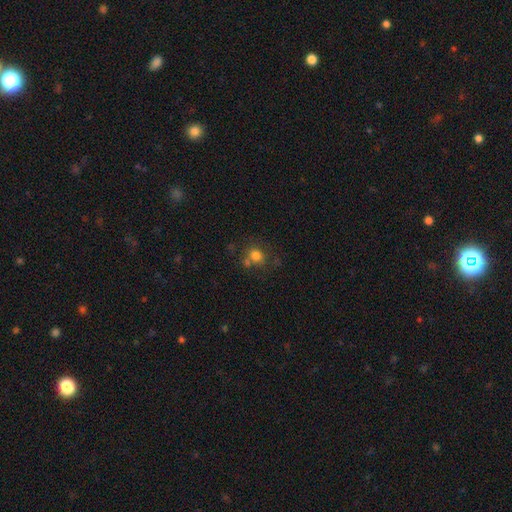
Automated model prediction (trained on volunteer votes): A smooth galaxy with no disk features (77%) that is round (78%). Merging: none (58%).